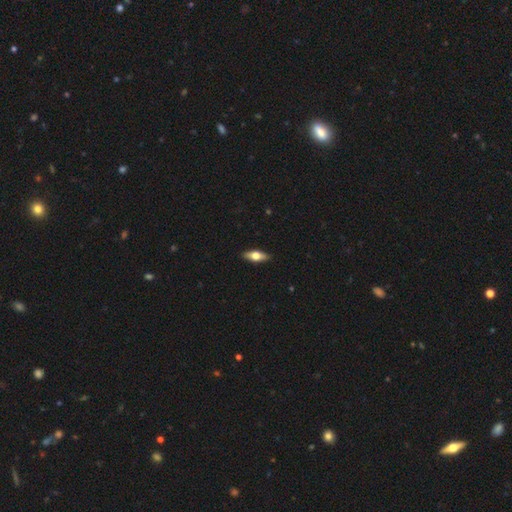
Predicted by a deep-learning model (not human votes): A smooth galaxy with no disk features (53%) that is in between round and cigar-shaped (66%). Merging: none (90%).